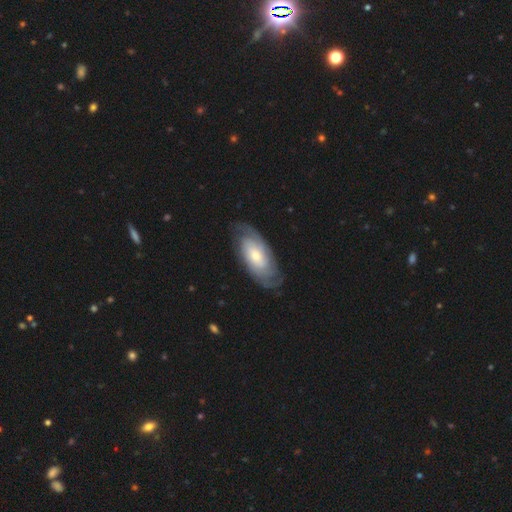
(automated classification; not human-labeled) smooth-or-featured: featured or disk: 67% | smooth: 28% | star or artifact: 5%
  disk-edge-on: no: 91% | yes: 9%
    bar: no: 67% | weak: 27% | strong: 6%
    has-spiral-arms: yes: 88% | no: 12%
      spiral-winding: tight: 60% | medium: 29% | loose: 11%
      spiral-arm-count: can't tell: 41% | 2: 40% | 3: 8% | 4: 4% | 1: 4% | more than 4: 3%
    bulge-size: moderate: 49% | small: 39% | large: 8% | none: 2% | dominant: 1%
  merging: none: 75% | minor disturbance: 17% | major disturbance: 6% | merger: 1%